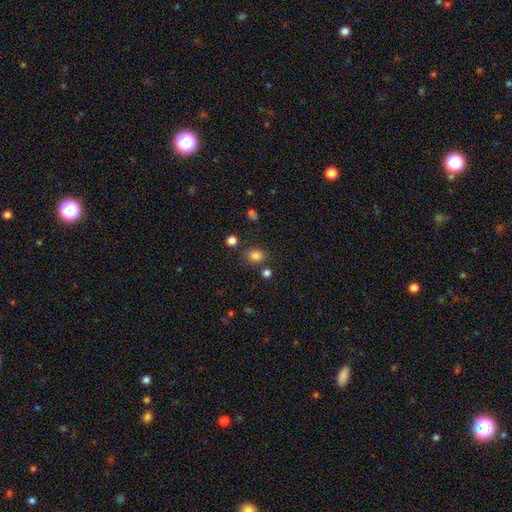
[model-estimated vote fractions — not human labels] Q: Smooth or featured?
A: smooth (82%); runner-up: star or artifact (13%)
Q: How rounded?
A: round (64%); runner-up: in between (35%)
Q: Merging?
A: none (75%); runner-up: minor disturbance (13%)